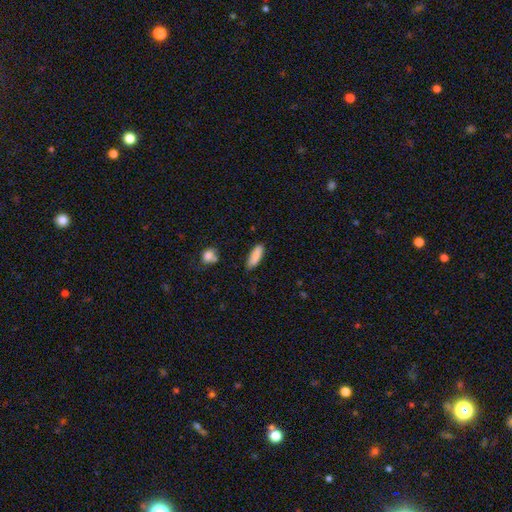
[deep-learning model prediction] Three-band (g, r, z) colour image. It shows a smooth galaxy with no disk features (85%) that is in between round and cigar-shaped (62%). Merging: none (82%).